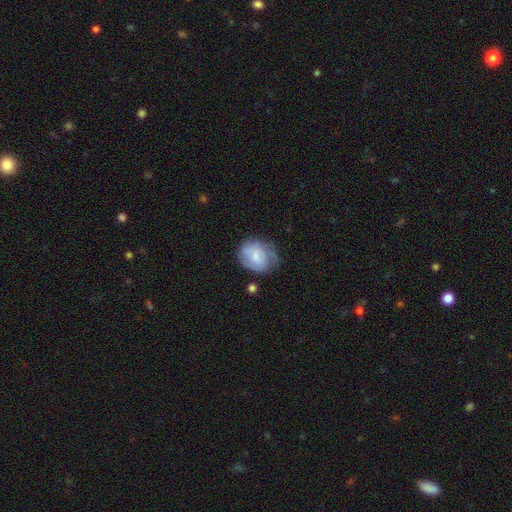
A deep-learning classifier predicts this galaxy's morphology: A smooth galaxy with no disk features (63%) that is round (56%). Merging: none (54%).